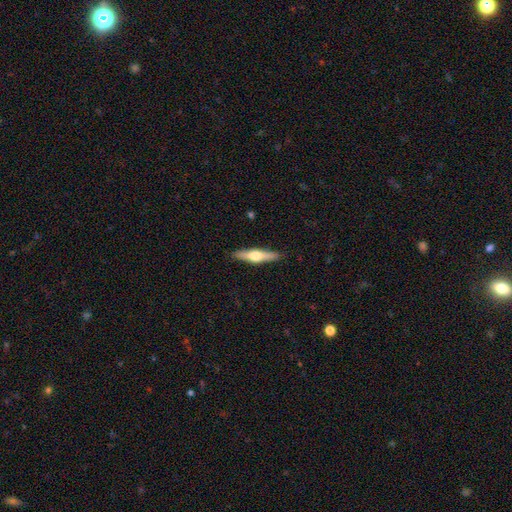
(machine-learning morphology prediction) Smooth or featured?
  - featured or disk: 57% *
  - smooth: 38%
  - star or artifact: 5%
Edge-on disk?
  - yes: 95% *
  - no: 5%
Edge-on bulge?
  - rounded: 94% *
  - boxy: 3%
  - none: 3%
Merging?
  - none: 90% *
  - minor disturbance: 7%
  - major disturbance: 2%
  - merger: 1%